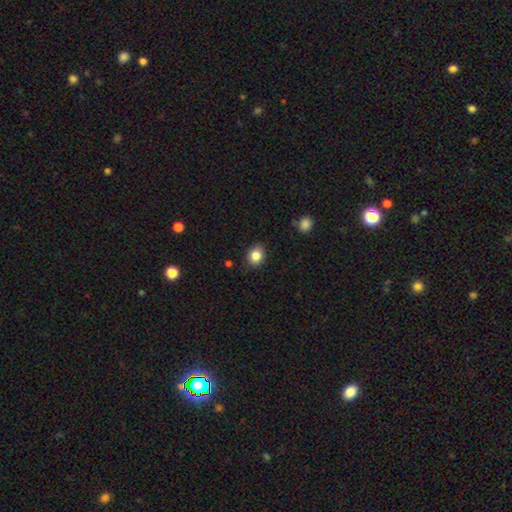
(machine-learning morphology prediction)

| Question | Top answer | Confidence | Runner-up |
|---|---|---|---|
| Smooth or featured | smooth | 84% | star or artifact (10%) |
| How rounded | round | 53% | in between (46%) |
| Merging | none | 84% | minor disturbance (12%) |